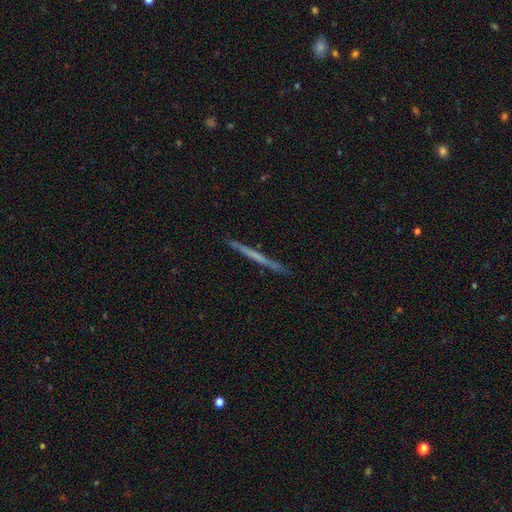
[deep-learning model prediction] This is possibly a featured or disk galaxy (51%). It is clearly viewed edge-on (97%). Merging: clearly none (90%).